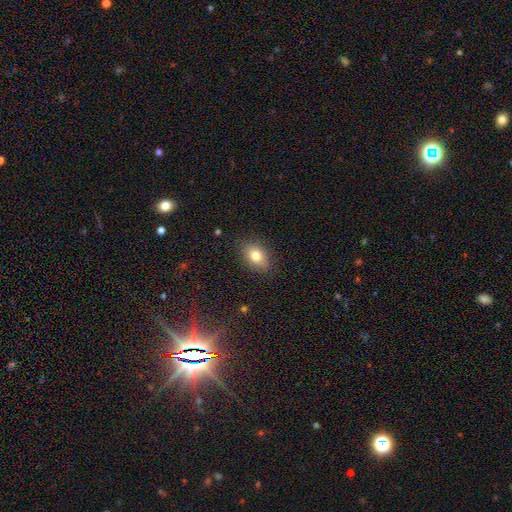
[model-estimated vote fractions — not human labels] A smooth galaxy with no disk features (78%) that is in between round and cigar-shaped (82%). Merging: none (85%).